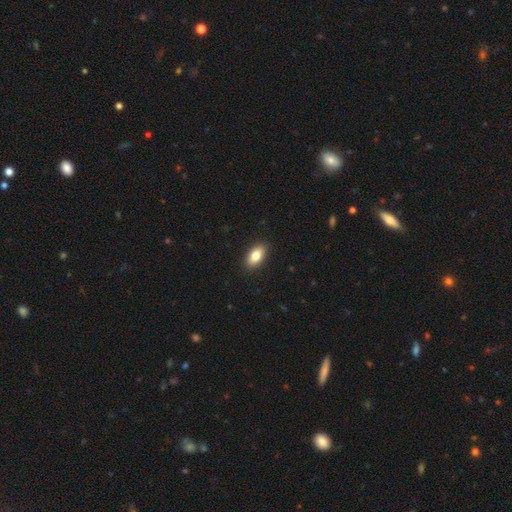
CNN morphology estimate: Q: Smooth or featured?
A: smooth (83%); runner-up: featured or disk (10%)
Q: How rounded?
A: in between (92%); runner-up: round (4%)
Q: Merging?
A: none (90%); runner-up: minor disturbance (7%)